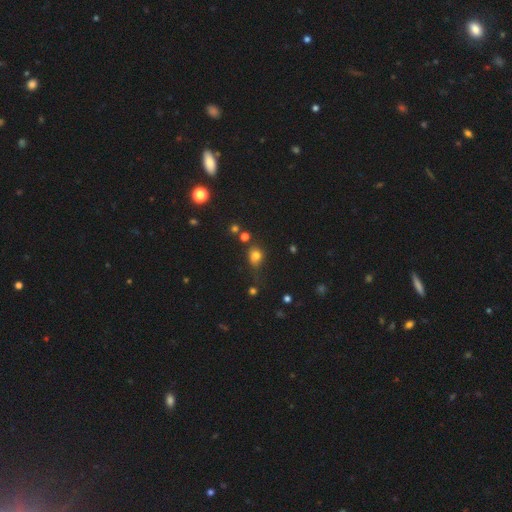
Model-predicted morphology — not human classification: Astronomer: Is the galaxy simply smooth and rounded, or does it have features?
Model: smooth — 75%.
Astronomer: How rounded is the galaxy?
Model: round — 57% (runner-up: in between, 41%).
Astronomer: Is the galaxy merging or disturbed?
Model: none — 56%.